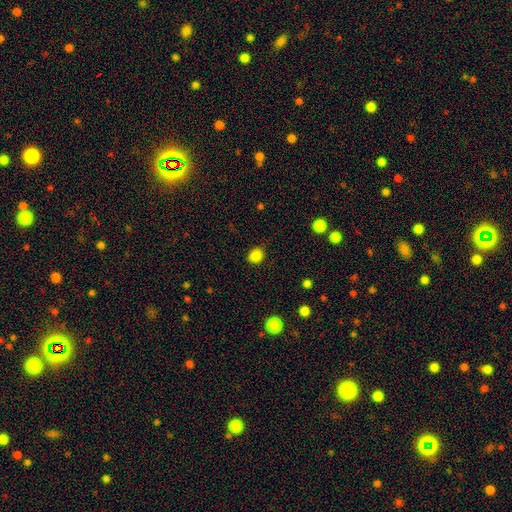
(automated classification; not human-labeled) Overall: smooth (85%). How rounded: round (69%; in between 30%). Merging: none (84%).